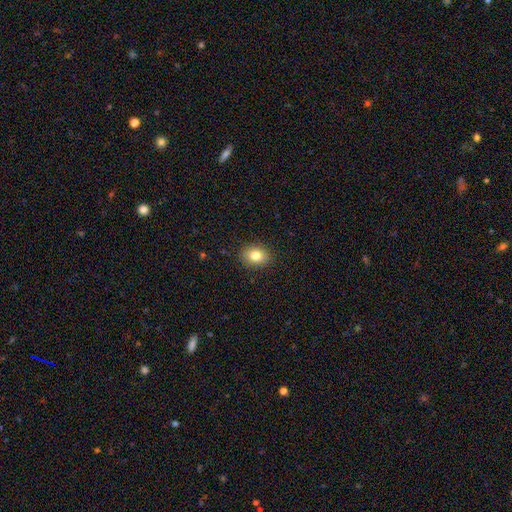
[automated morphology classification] A smooth galaxy with no disk features (82%) that is in between round and cigar-shaped (59%).

Vote fractions:
- Smooth or featured? smooth: 82% / star or artifact: 10% / featured or disk: 9%
- How rounded? in between: 59% / round: 40% / cigar-shaped: 1%
- Merging? none: 89% / minor disturbance: 8% / major disturbance: 2% / merger: 1%